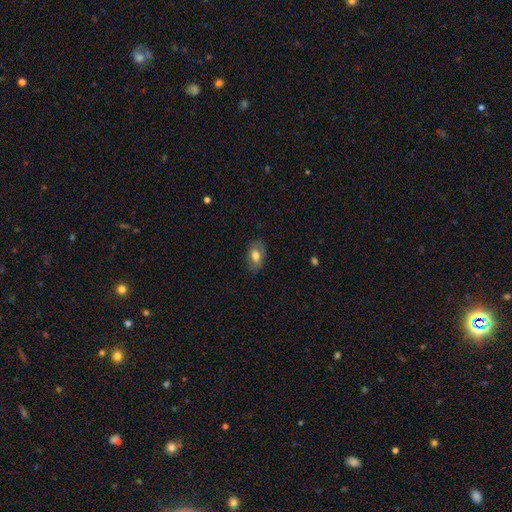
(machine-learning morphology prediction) Overall: smooth (70%). How rounded: in between (90%). Merging: none (80%).